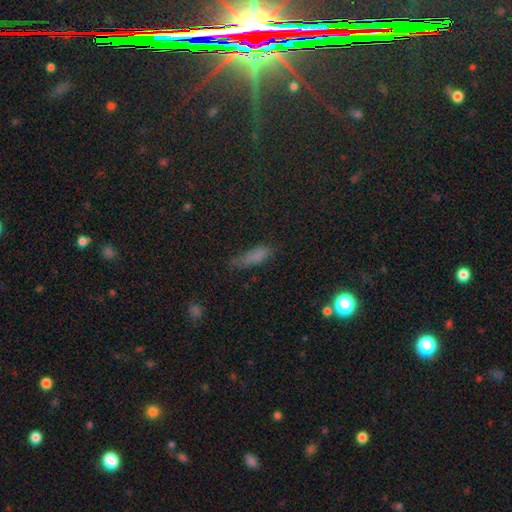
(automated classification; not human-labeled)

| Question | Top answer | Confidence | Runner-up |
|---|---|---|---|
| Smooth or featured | smooth | 70% | star or artifact (19%) |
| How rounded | in between | 48% | tied: cigar-shaped (48%) |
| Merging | none | 53% | minor disturbance (32%) |